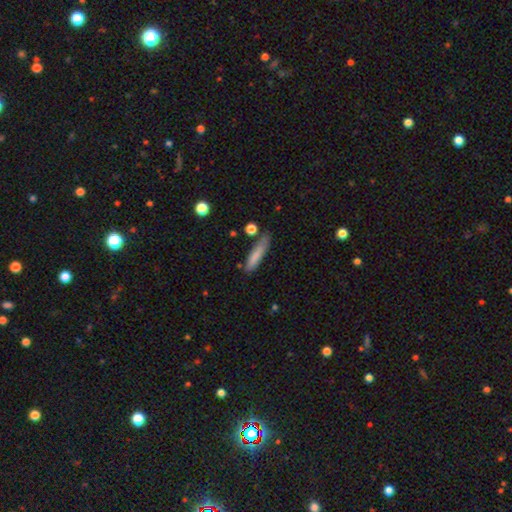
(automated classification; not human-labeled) This is clearly a smooth galaxy (80%). How rounded: clearly cigar-shaped (84%). Merging: likely none (72%).